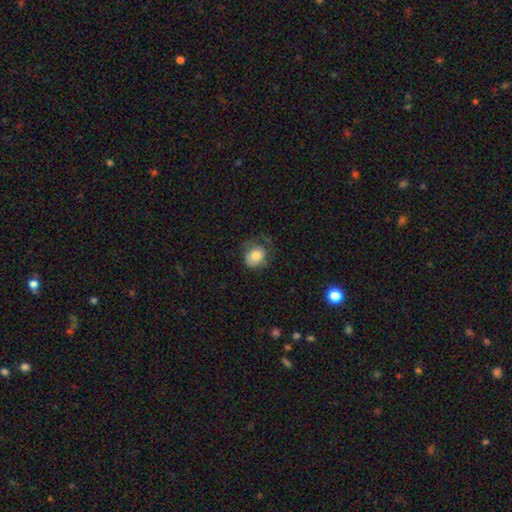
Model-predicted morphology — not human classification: The model was most divided on "how rounded": round: 52%, in between: 47%, cigar-shaped: 1%. Remaining: smooth or featured — smooth (79%); merging — none (48%).